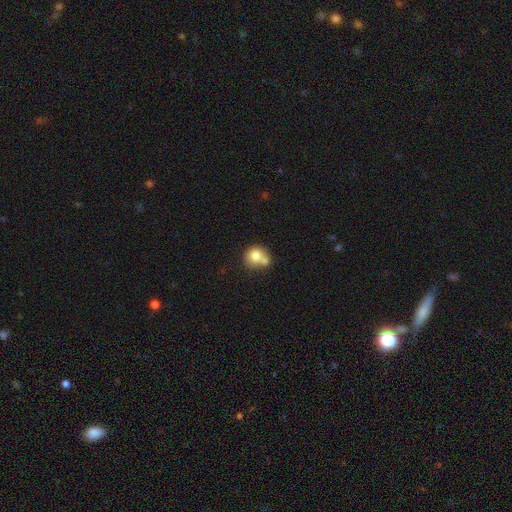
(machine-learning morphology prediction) Smooth or featured?
  - smooth: 75% *
  - featured or disk: 16%
  - star or artifact: 9%
How rounded?
  - round: 84% *
  - in between: 15%
  - cigar-shaped: 1%
Merging?
  - merger: 46% *
  - none: 40%
  - minor disturbance: 10%
  - major disturbance: 4%